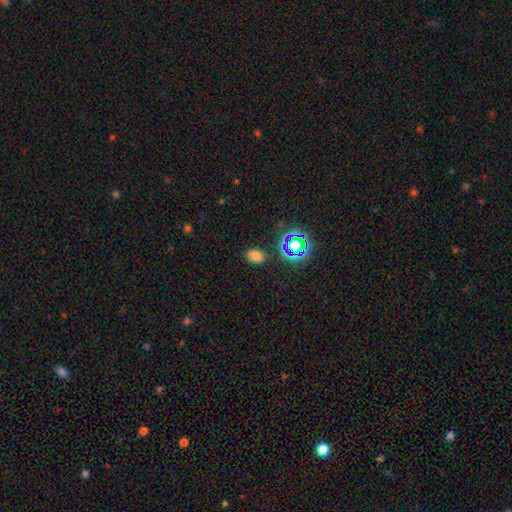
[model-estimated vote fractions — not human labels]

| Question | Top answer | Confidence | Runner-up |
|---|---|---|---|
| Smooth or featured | smooth | 68% | star or artifact (25%) |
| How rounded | in between | 80% | round (19%) |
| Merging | none | 82% | minor disturbance (12%) |